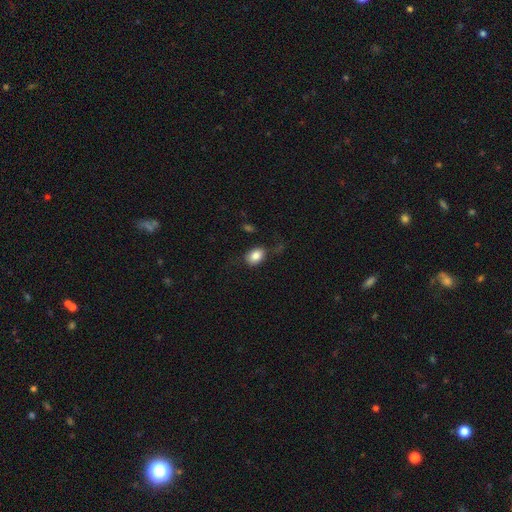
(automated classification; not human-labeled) Overall: smooth (83%). How rounded: in between (76%). Merging: none (71%).